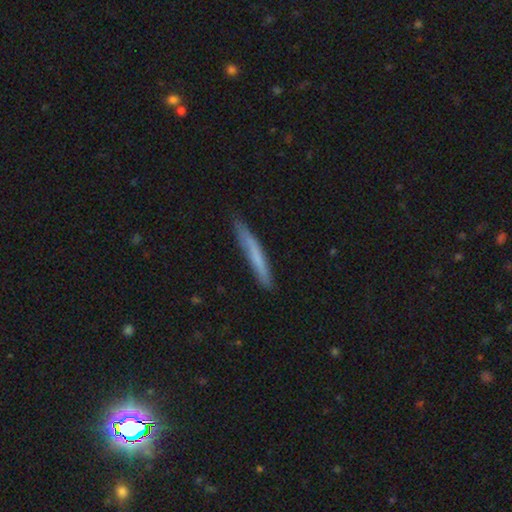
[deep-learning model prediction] This appears to be a smooth galaxy with no disk features (66%) that is cigar-shaped (96%). Merging: none (82%).